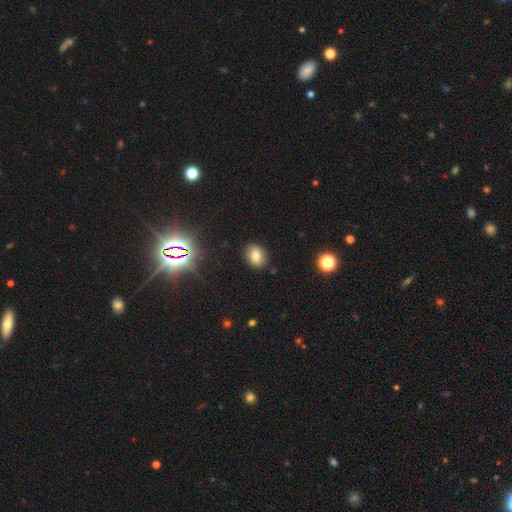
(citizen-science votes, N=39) A smooth galaxy with no disk features (74%) that is in between round and cigar-shaped (55%). Merging: none (86%).